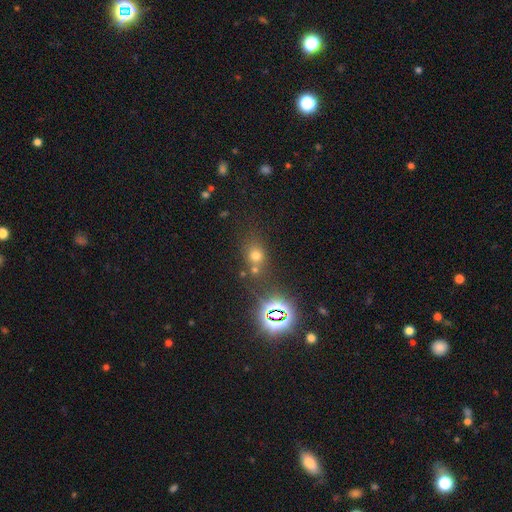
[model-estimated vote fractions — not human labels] smooth_or_featured: smooth (p=0.61) [alt: star or artifact p=0.29]
how_rounded: round (p=0.69) [alt: in between p=0.30]
merging: none (p=0.54) [alt: merger p=0.28]